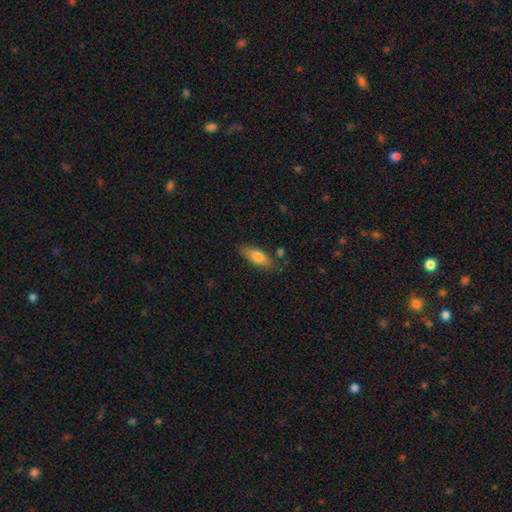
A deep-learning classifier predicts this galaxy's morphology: Overall: smooth (75%). How rounded: in between (73%). Merging: none (74%).